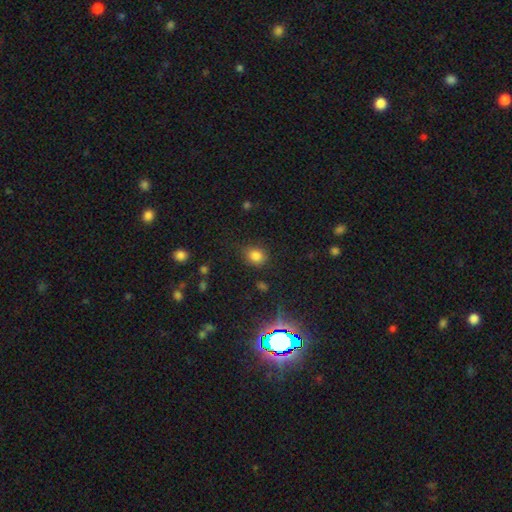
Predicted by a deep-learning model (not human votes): smooth 80%, star or artifact 15%, featured or disk 6%. Down the decision tree: how rounded — round (59%); merging — none (79%).